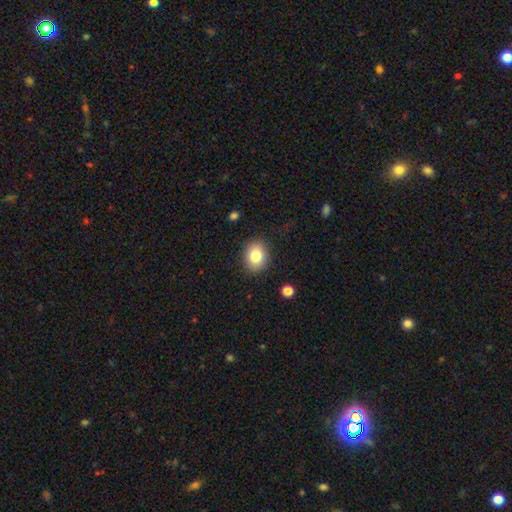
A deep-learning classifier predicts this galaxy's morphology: This is clearly a smooth galaxy (81%). How rounded: possibly round (53%). Merging: clearly none (87%).